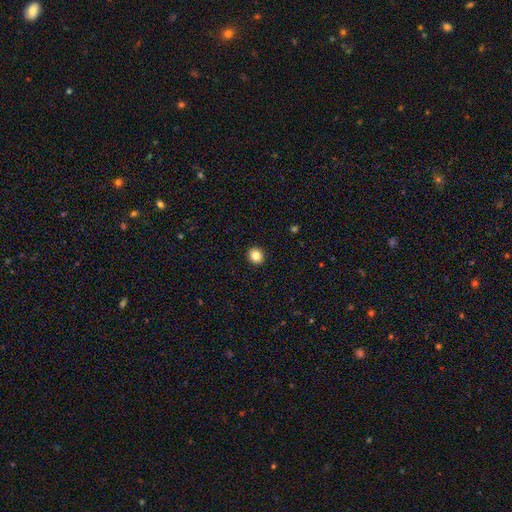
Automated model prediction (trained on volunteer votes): smooth-or-featured: smooth: 84% | star or artifact: 10% | featured or disk: 6%
  how-rounded: round: 86% | in between: 13% | cigar-shaped: 1%
  merging: none: 93% | minor disturbance: 4% | major disturbance: 1% | merger: 1%